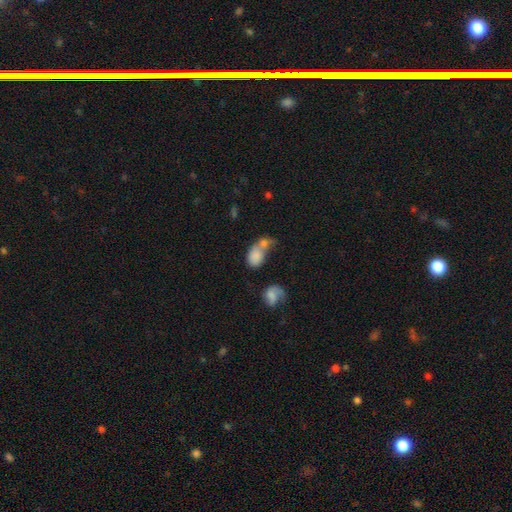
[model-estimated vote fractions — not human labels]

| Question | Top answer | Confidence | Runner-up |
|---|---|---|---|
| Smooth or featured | smooth | 77% | featured or disk (14%) |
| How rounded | in between | 78% | round (20%) |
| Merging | merger | 57% | none (21%) |